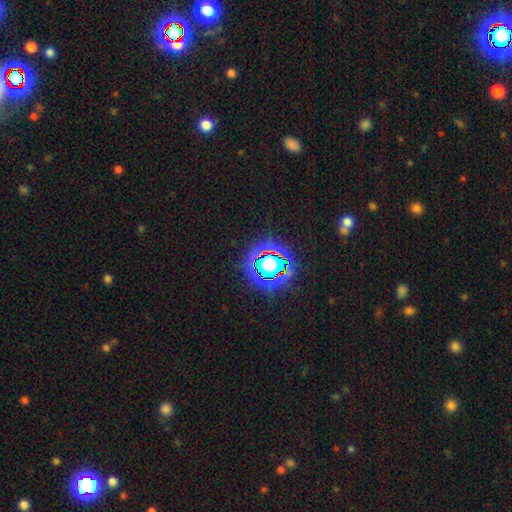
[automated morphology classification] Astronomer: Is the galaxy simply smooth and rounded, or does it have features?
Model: star or artifact — 80%.